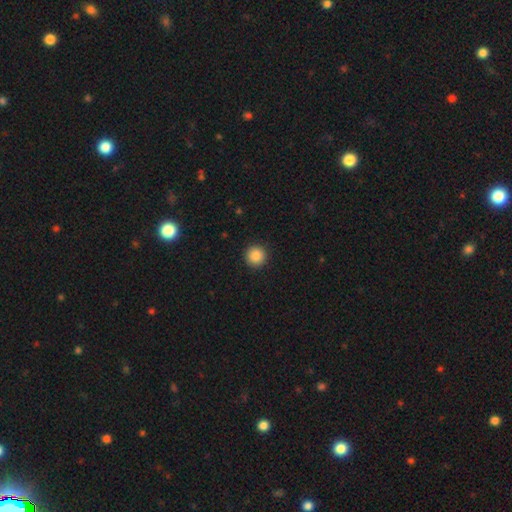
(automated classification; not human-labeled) Smooth or featured: smooth — 87% (star or artifact — 9%)
How rounded: round — 96% (in between — 3%)
Merging: none — 93% (minor disturbance — 5%)